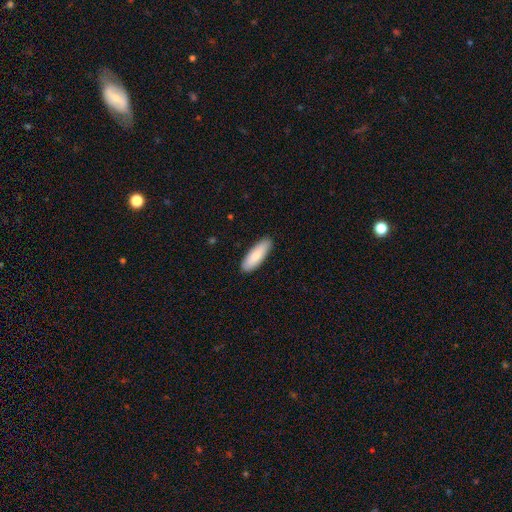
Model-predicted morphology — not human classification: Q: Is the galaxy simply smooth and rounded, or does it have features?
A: smooth — 85%.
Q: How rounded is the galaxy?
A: in between — 56%.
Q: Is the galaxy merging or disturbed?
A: none — 89%.